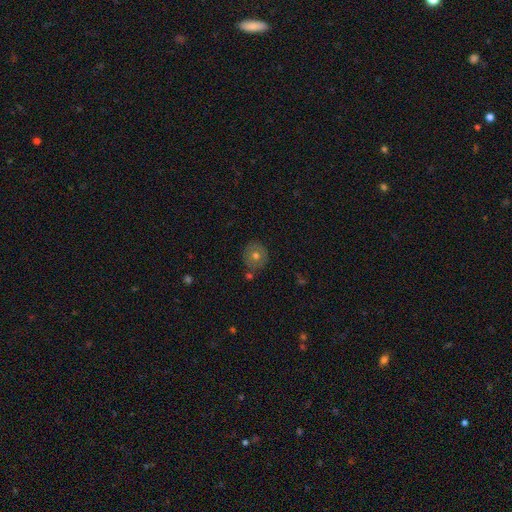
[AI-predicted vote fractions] Smooth or featured? smooth (65%)
How rounded? round (89%)
Merging? none (80%)